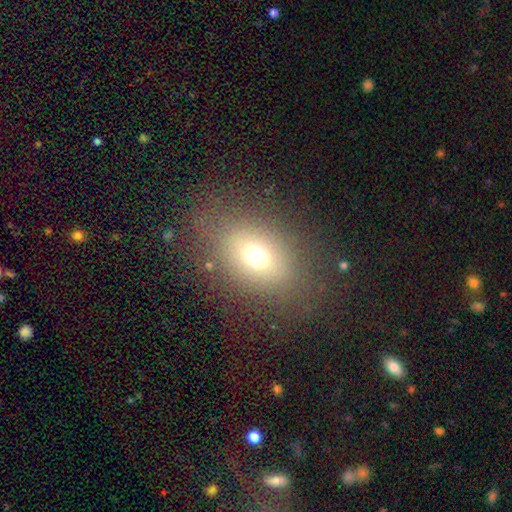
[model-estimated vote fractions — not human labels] A smooth galaxy with no disk features (66%) that is in between round and cigar-shaped (65%).

Vote fractions:
- Smooth or featured? smooth: 66% / star or artifact: 18% / featured or disk: 15%
- How rounded? in between: 65% / round: 33% / cigar-shaped: 2%
- Merging? none: 76% / minor disturbance: 12% / major disturbance: 10% / merger: 2%